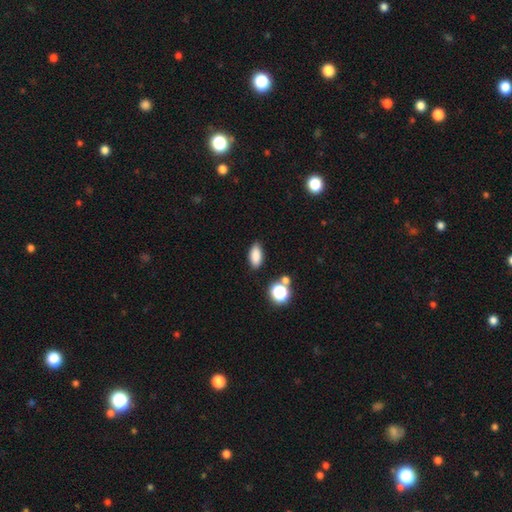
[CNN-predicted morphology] Smooth or featured: smooth — 85% (star or artifact — 10%)
How rounded: in between — 87% (cigar-shaped — 7%)
Merging: none — 84% (minor disturbance — 10%)